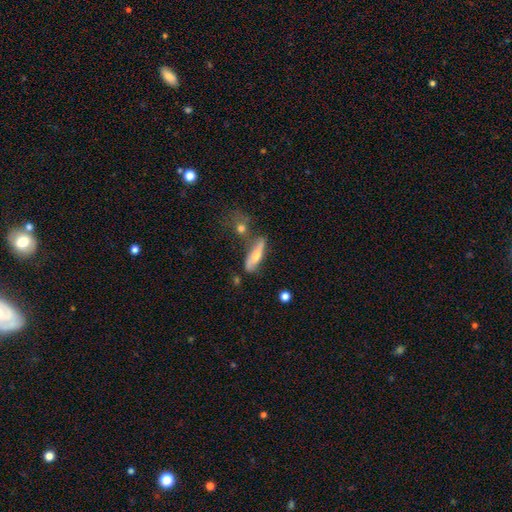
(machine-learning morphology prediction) A smooth galaxy with no disk features (55%) that is cigar-shaped (63%).

Vote fractions:
- Smooth or featured? smooth: 55% / featured or disk: 38% / star or artifact: 7%
- How rounded? cigar-shaped: 63% / in between: 34% / round: 3%
- Merging? none: 54% / minor disturbance: 22% / merger: 14% / major disturbance: 9%